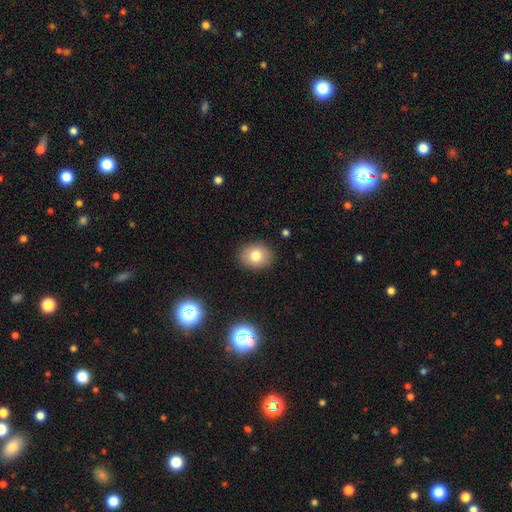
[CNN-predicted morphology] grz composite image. It shows a smooth galaxy with no disk features (78%) that is round (53%). Merging: none (89%).